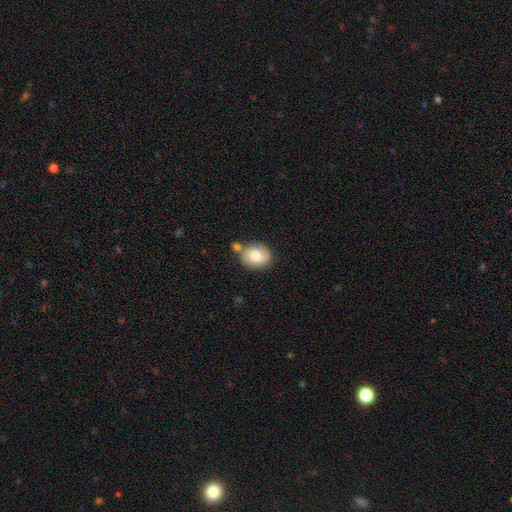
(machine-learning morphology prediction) smooth 67%, featured or disk 25%, star or artifact 7%. Down the decision tree: how rounded — round (58%); merging — none (63%).